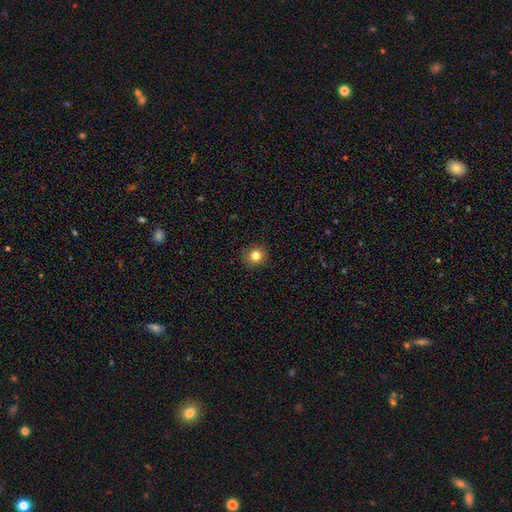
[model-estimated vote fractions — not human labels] A smooth galaxy with no disk features (82%) that is round (90%). Merging: none (90%).